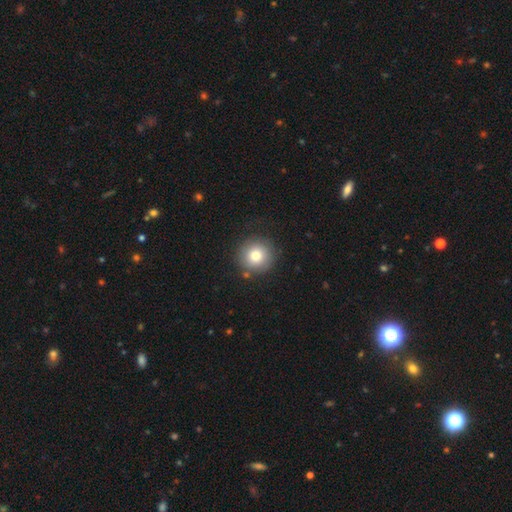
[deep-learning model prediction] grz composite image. It shows a smooth galaxy with no disk features (78%) that is round (94%). Merging: none (83%).